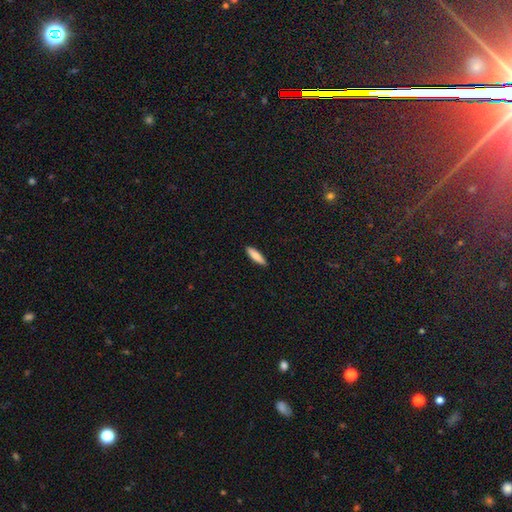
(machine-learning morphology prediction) The model was most divided on "how rounded": cigar-shaped: 68%, in between: 31%, round: 2%. More confident: merging — none (90%); smooth or featured — smooth (83%).